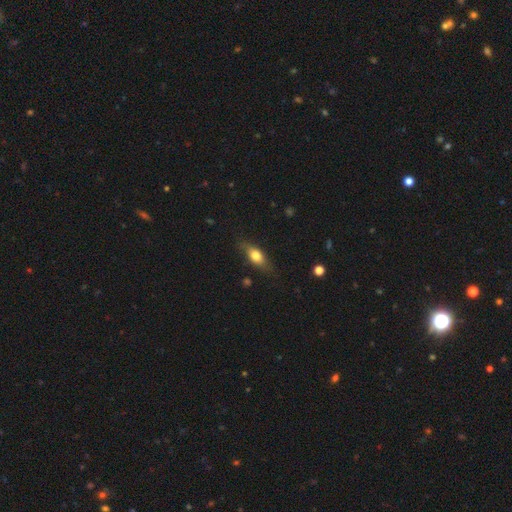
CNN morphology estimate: Smooth or featured?
  - smooth: 68% *
  - featured or disk: 25%
  - star or artifact: 7%
How rounded?
  - in between: 71% *
  - cigar-shaped: 22%
  - round: 7%
Merging?
  - none: 76% *
  - minor disturbance: 18%
  - major disturbance: 5%
  - merger: 1%